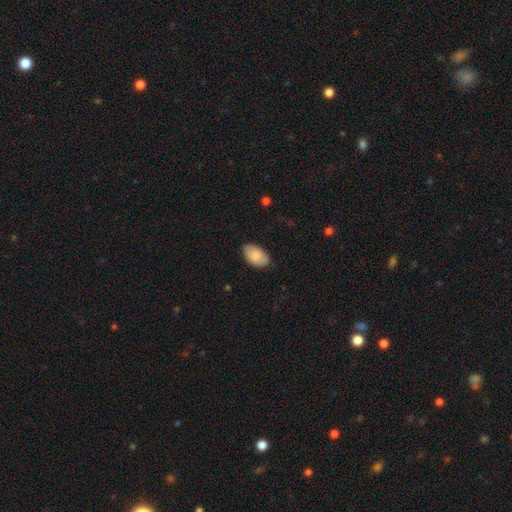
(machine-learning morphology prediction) The model was most divided on "merging": none: 77%, minor disturbance: 20%, major disturbance: 3%, merger: 1%. More confident: how rounded — in between (94%); smooth or featured — smooth (87%).